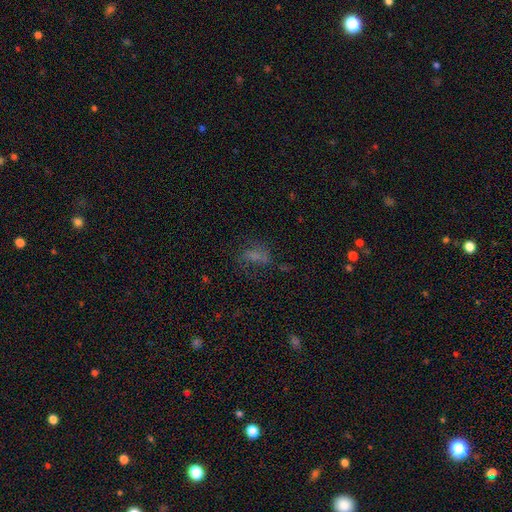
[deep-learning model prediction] Smooth or featured? Predicted: smooth (p=0.50). Merging? Predicted: none (p=0.47).